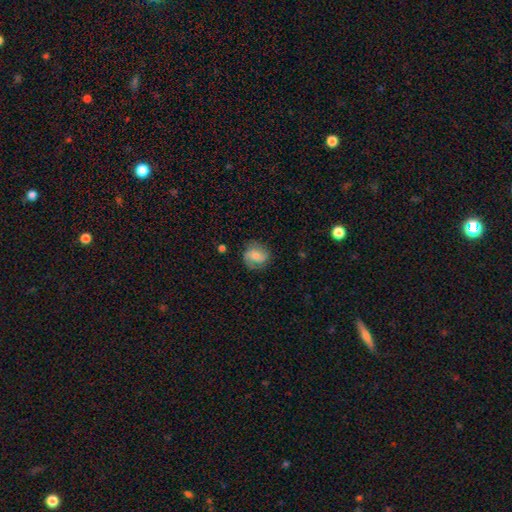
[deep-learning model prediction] Q: Smooth or featured?
A: featured or disk (48%); runner-up: smooth (44%)
Q: Merging?
A: none (72%); runner-up: minor disturbance (19%)